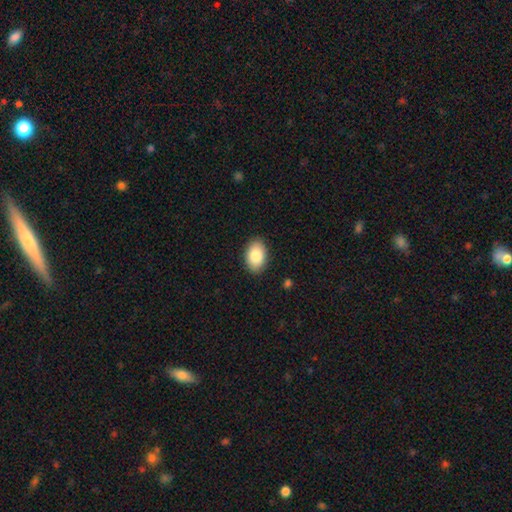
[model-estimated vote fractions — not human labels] Smooth or featured: smooth — 86% (featured or disk — 7%)
How rounded: in between — 90% (round — 9%)
Merging: none — 89% (minor disturbance — 8%)